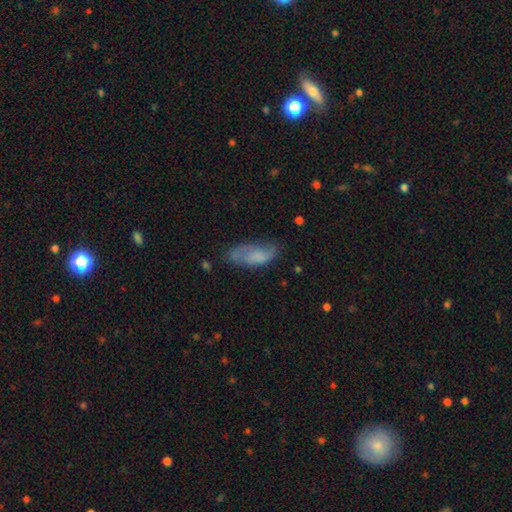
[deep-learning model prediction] A smooth galaxy with no disk features (58%) that is in between round and cigar-shaped (78%). Merging: none (51%).